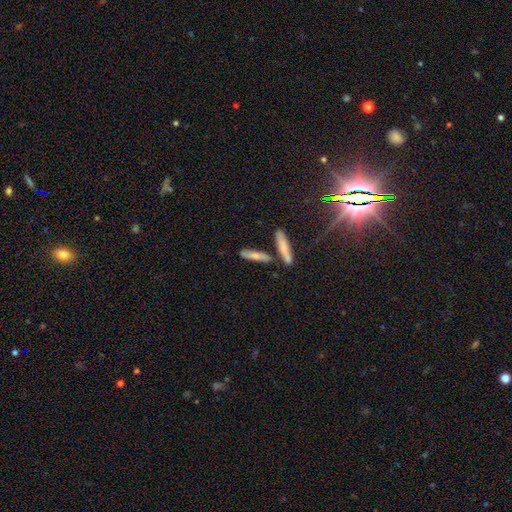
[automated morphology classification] Smooth or featured? Predicted: smooth (p=0.62). How rounded? Predicted: cigar-shaped (p=0.81). Merging? Predicted: none (p=0.65).